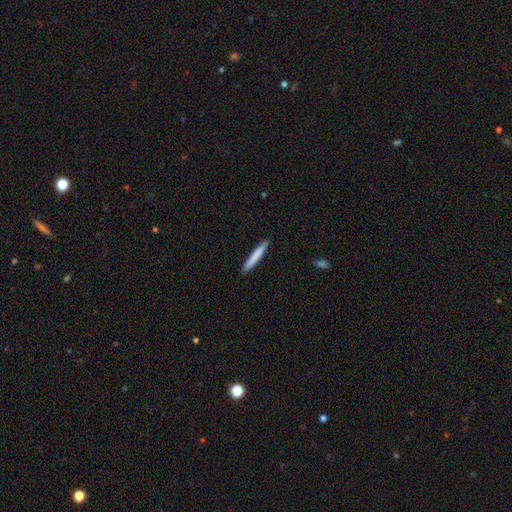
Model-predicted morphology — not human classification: smooth_or_featured: smooth (p=0.77) [alt: featured or disk p=0.18]
how_rounded: cigar-shaped (p=0.96) [alt: in between p=0.03]
merging: none (p=0.91) [alt: minor disturbance p=0.07]